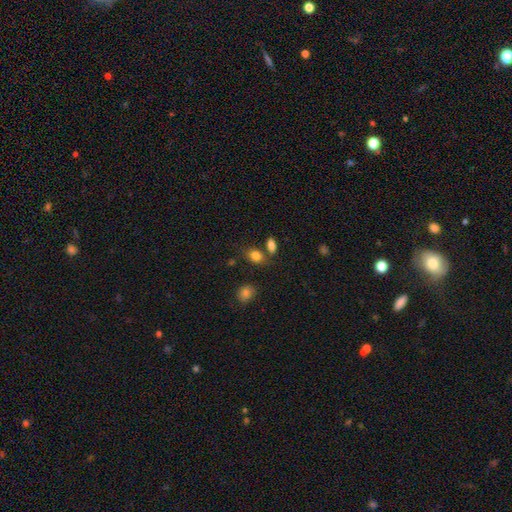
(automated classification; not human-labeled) smooth-or-featured: smooth: 84% | star or artifact: 10% | featured or disk: 6%
  how-rounded: in between: 72% | round: 26% | cigar-shaped: 2%
  merging: none: 66% | merger: 16% | minor disturbance: 14% | major disturbance: 4%